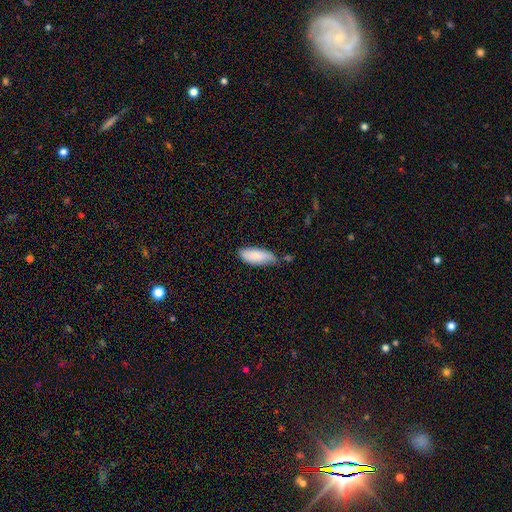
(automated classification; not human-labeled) smooth 83%, featured or disk 11%, star or artifact 6%. Down the decision tree: how rounded — in between (80%); merging — none (56%).